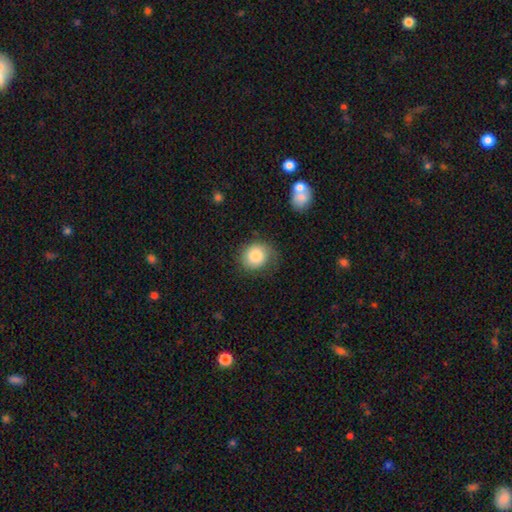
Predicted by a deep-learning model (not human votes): Smooth or featured?
  - smooth: 84% *
  - featured or disk: 8%
  - star or artifact: 8%
How rounded?
  - round: 75% *
  - in between: 24%
  - cigar-shaped: 1%
Merging?
  - none: 70% *
  - minor disturbance: 20%
  - major disturbance: 8%
  - merger: 2%